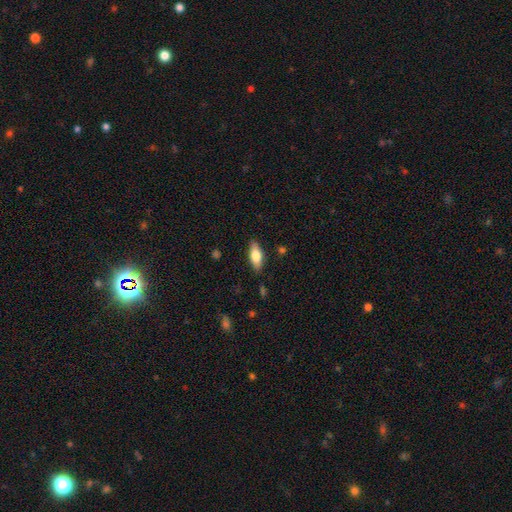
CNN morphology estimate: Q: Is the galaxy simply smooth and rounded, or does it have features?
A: smooth — 69%.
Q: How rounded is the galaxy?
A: in between — 74%.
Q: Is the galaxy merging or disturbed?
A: none — 86%.